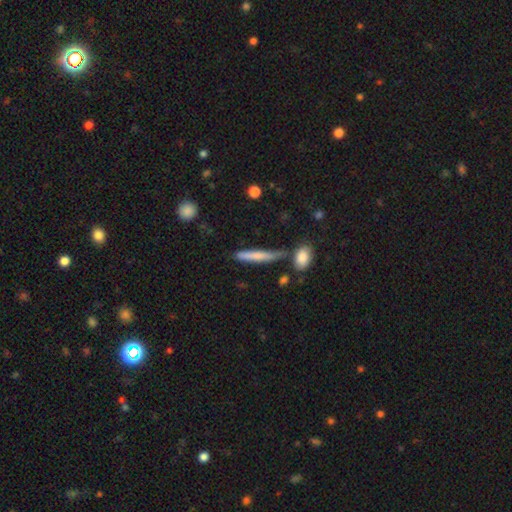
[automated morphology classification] Smooth or featured?
  - smooth: 66% *
  - featured or disk: 27%
  - star or artifact: 7%
How rounded?
  - cigar-shaped: 92% *
  - in between: 6%
  - round: 2%
Merging?
  - none: 70% *
  - minor disturbance: 17%
  - merger: 9%
  - major disturbance: 5%